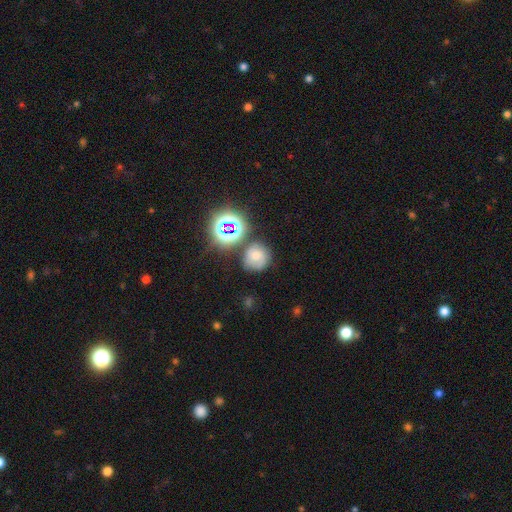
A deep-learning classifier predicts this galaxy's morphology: Smooth or featured? smooth (61%)
How rounded? round (85%)
Merging? none (64%)